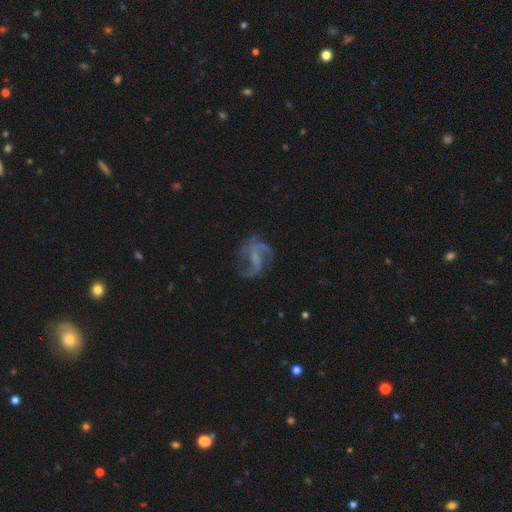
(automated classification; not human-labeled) Smooth or featured? Predicted: featured or disk (p=0.80). Edge-on disk? Predicted: no (p=0.97). Bar? Predicted: weak (p=0.46). Spiral arms? Predicted: yes (p=0.90). Spiral winding? Predicted: loose (p=0.49). Spiral arm count? Predicted: 2 (p=0.59). Bulge size? Predicted: none (p=0.54). Merging? Predicted: none (p=0.58).